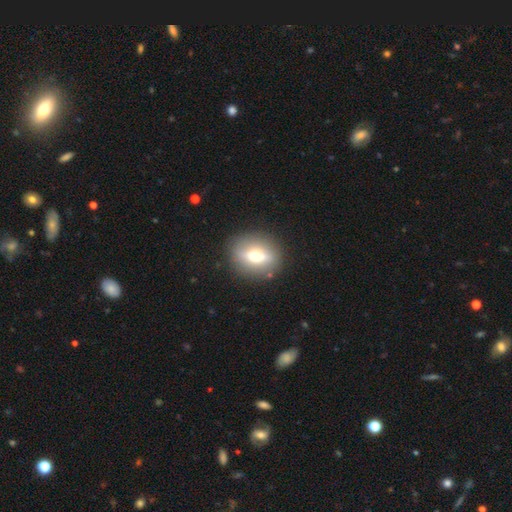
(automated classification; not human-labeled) Smooth or featured? Predicted: smooth (p=0.47). Merging? Predicted: none (p=0.87).